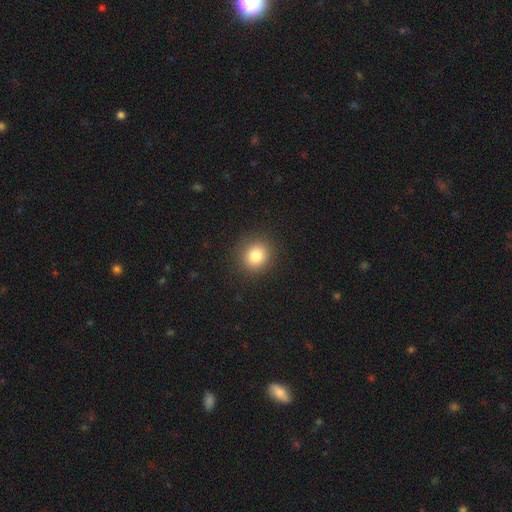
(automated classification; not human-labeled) Smooth or featured? Predicted: smooth (p=0.82). How rounded? Predicted: round (p=0.86). Merging? Predicted: none (p=0.90).